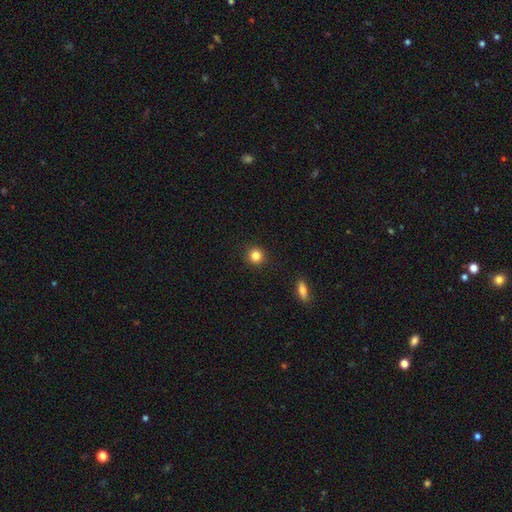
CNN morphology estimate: smooth 84%, star or artifact 11%, featured or disk 5%. Down the decision tree: how rounded — round (93%); merging — none (92%).